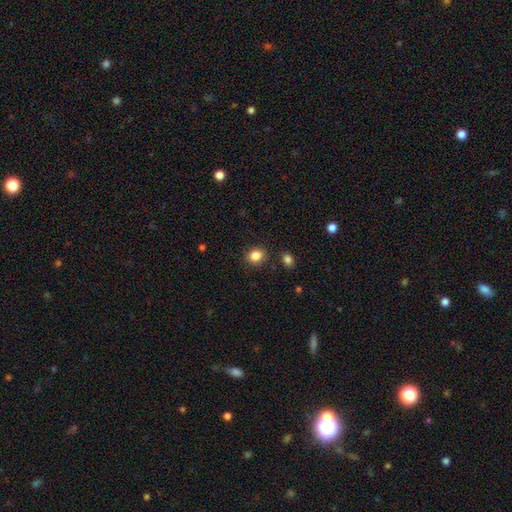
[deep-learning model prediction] Q: Smooth or featured?
A: smooth (85%); runner-up: star or artifact (10%)
Q: How rounded?
A: round (59%); runner-up: in between (40%)
Q: Merging?
A: none (85%); runner-up: minor disturbance (9%)